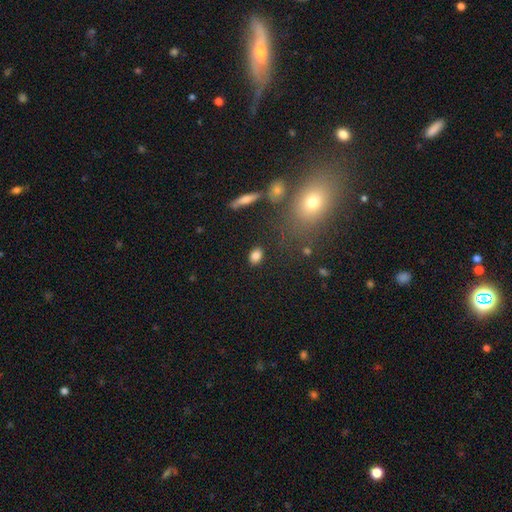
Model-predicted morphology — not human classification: type=smooth (83%); roundness=in between (72%); merging=none (84%).